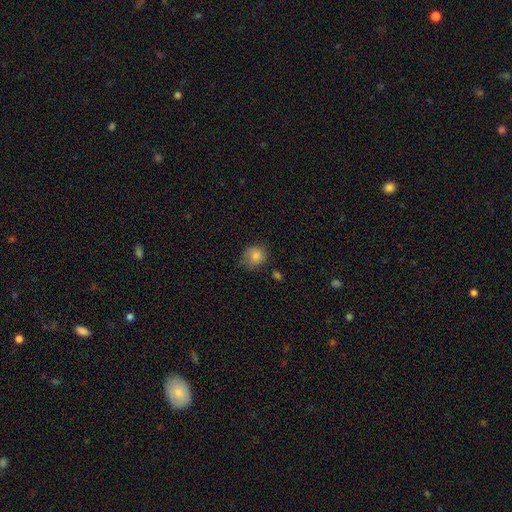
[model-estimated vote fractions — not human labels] smooth-or-featured: smooth: 78% | featured or disk: 13% | star or artifact: 9%
  how-rounded: round: 74% | in between: 25% | cigar-shaped: 1%
  merging: none: 57% | minor disturbance: 31% | major disturbance: 10% | merger: 3%